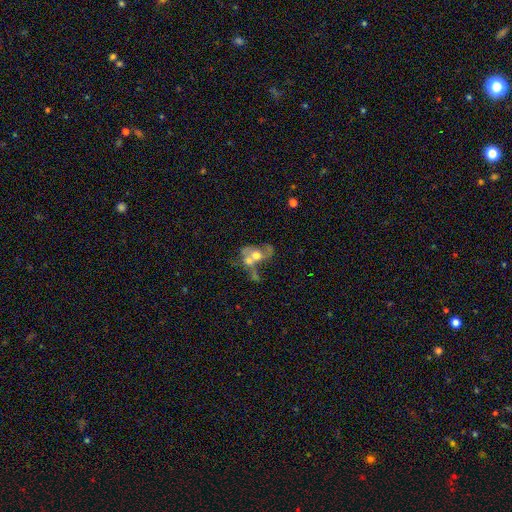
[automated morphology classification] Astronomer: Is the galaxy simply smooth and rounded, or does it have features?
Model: featured or disk — 53% (runner-up: smooth, 35%).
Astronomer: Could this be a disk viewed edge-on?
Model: no — 96%.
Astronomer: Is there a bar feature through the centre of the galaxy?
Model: no — 83%.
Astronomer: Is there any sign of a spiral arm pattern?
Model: no — 64%.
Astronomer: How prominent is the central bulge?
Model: moderate — 56%.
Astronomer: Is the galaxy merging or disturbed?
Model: merger — 61%.